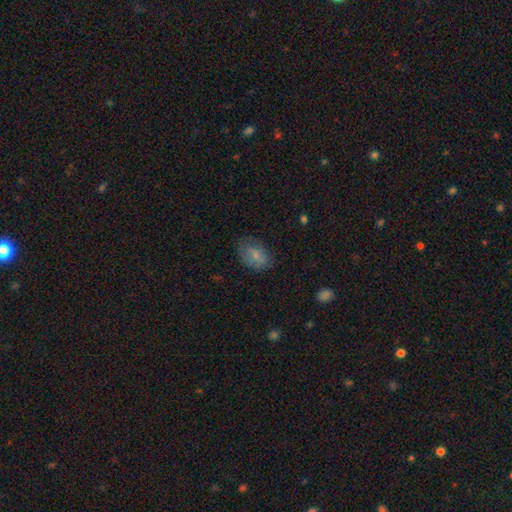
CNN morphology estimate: smooth-or-featured: smooth: 74% | featured or disk: 18% | star or artifact: 8%
  how-rounded: in between: 83% | round: 15% | cigar-shaped: 2%
  merging: none: 66% | minor disturbance: 24% | major disturbance: 9% | merger: 1%